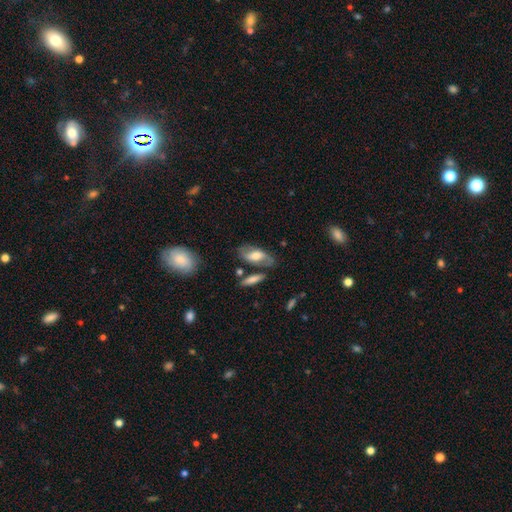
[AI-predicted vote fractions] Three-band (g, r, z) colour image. It shows a featured or disk galaxy (52%). Merging: none (65%).